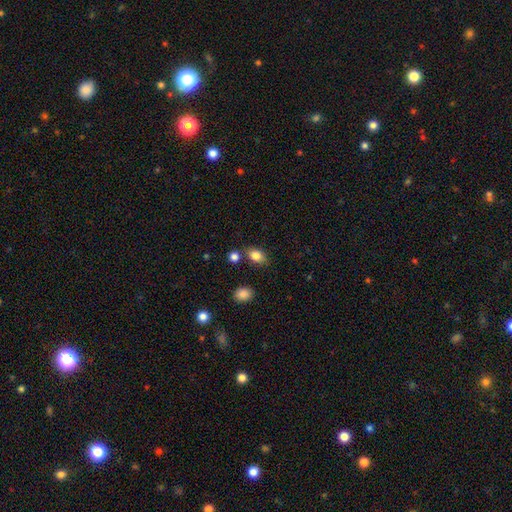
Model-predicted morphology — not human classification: The model was most divided on "how rounded": in between: 75%, round: 23%, cigar-shaped: 1%. More confident: smooth or featured — smooth (84%); merging — none (74%).